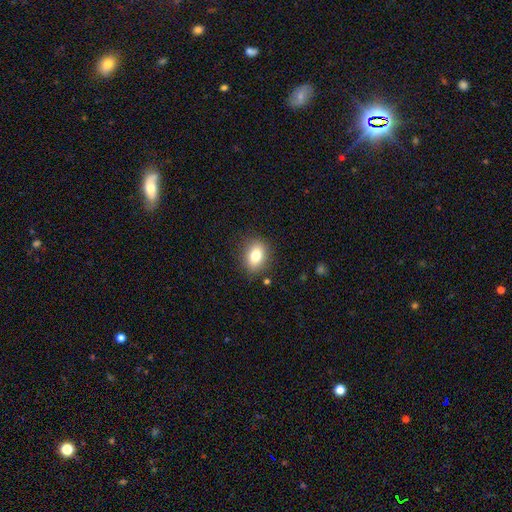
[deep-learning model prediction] smooth 80%, featured or disk 10%, star or artifact 10%. Down the decision tree: how rounded — in between (65%); merging — none (85%).